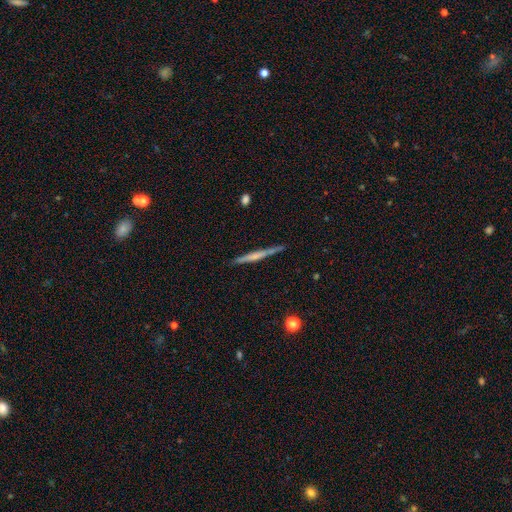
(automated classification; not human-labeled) Q: Smooth or featured?
A: featured or disk (55%); runner-up: smooth (39%)
Q: Edge-on disk?
A: yes (97%); runner-up: no (3%)
Q: Edge-on bulge?
A: none (60%); runner-up: rounded (25%)
Q: Merging?
A: none (87%); runner-up: minor disturbance (9%)